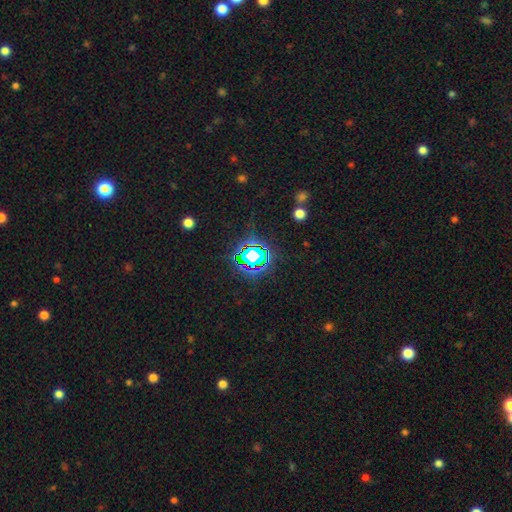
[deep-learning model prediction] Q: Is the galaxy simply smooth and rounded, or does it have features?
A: star or artifact — 74%.